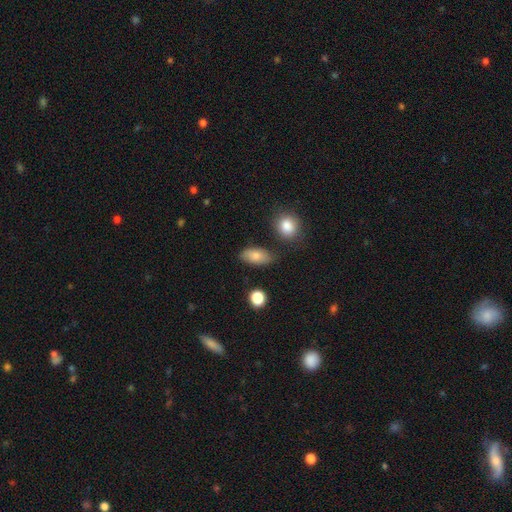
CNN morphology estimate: Overall: smooth (79%). How rounded: in between (89%). Merging: none (75%).